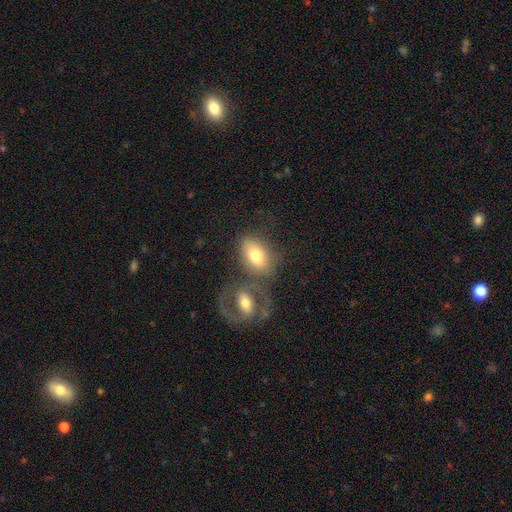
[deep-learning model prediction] Smooth or featured? Predicted: smooth (p=0.67). How rounded? Predicted: in between (p=0.85). Merging? Predicted: none (p=0.42).